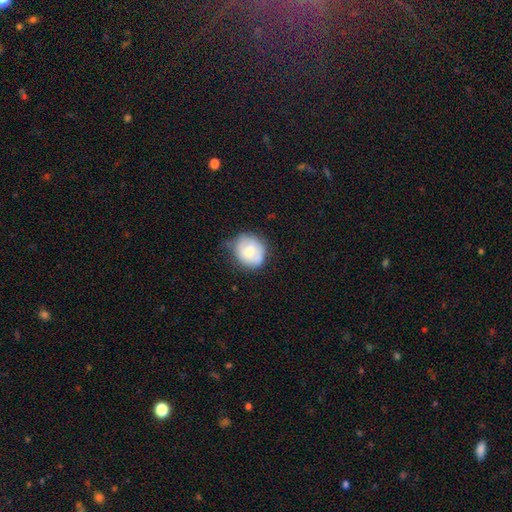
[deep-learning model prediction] Smooth or featured? smooth (62%)
How rounded? round (71%)
Merging? none (54%)